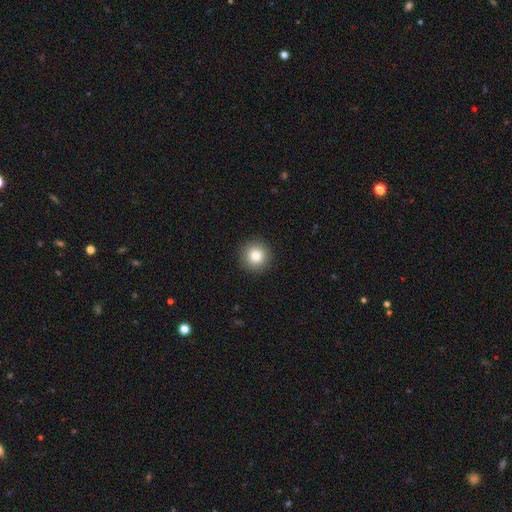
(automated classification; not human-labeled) Q: Smooth or featured?
A: smooth (82%); runner-up: star or artifact (10%)
Q: How rounded?
A: round (95%); runner-up: in between (4%)
Q: Merging?
A: none (93%); runner-up: minor disturbance (5%)